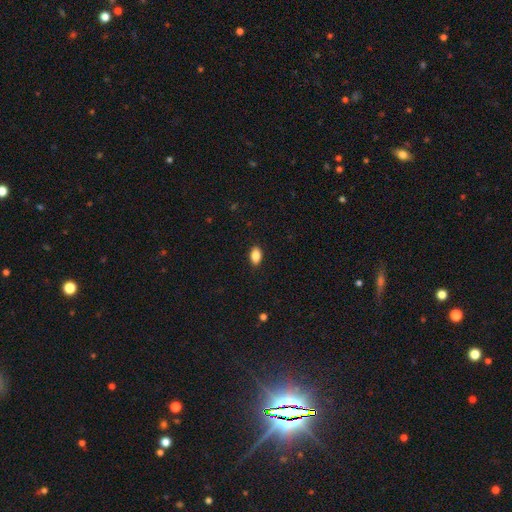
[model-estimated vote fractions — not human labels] This is clearly a smooth galaxy (86%). How rounded: clearly in between (89%). Merging: clearly none (89%).